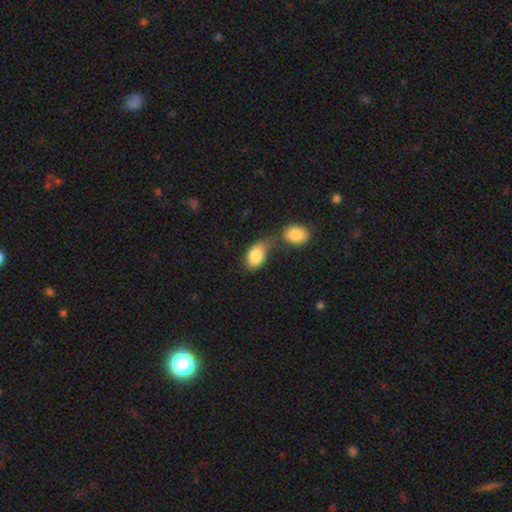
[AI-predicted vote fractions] smooth-or-featured: smooth: 84% | featured or disk: 9% | star or artifact: 7%
  how-rounded: in between: 87% | round: 12% | cigar-shaped: 1%
  merging: merger: 40% | none: 33% | minor disturbance: 18% | major disturbance: 9%